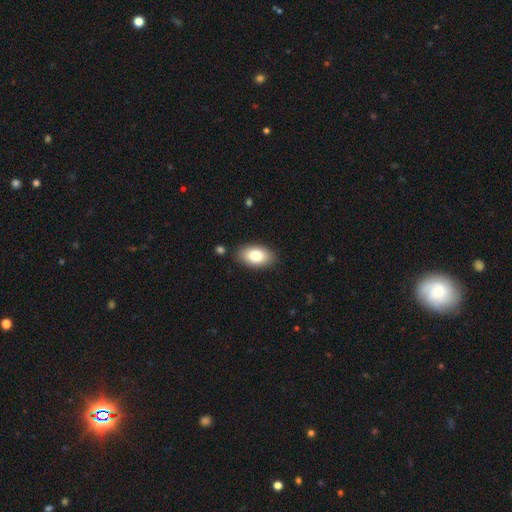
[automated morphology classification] This appears to be a smooth galaxy with no disk features (81%) that is in between round and cigar-shaped (92%). Merging: none (86%).